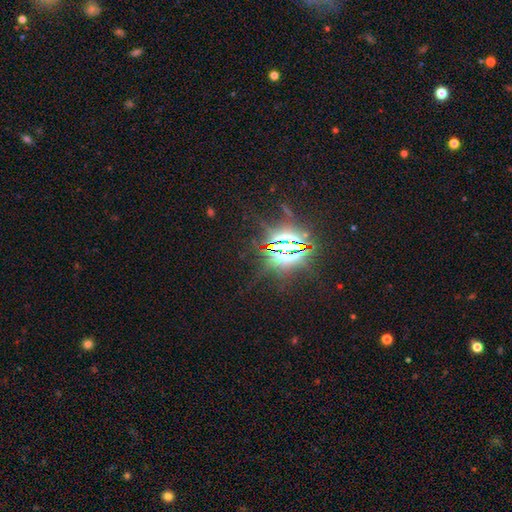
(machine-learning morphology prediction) This is clearly a star or artifact rather than a galaxy (87%).